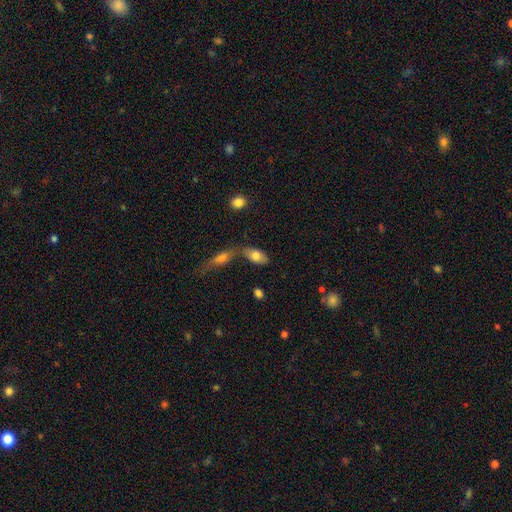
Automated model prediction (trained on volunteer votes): Smooth or featured: smooth — 76% (featured or disk — 17%)
How rounded: in between — 90% (cigar-shaped — 6%)
Merging: none — 50% (merger — 29%)